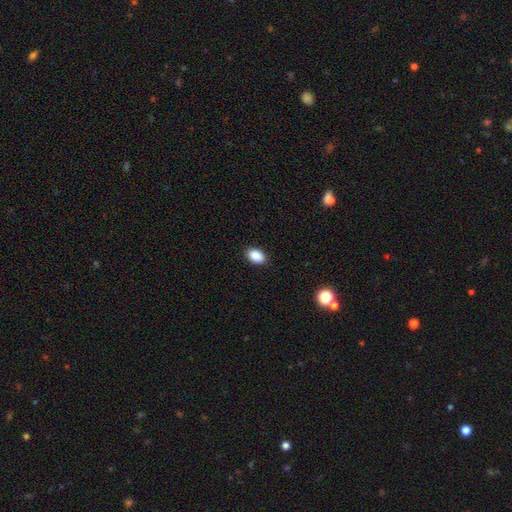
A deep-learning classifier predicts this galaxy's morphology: Smooth or featured? smooth (89%)
How rounded? in between (88%)
Merging? none (89%)